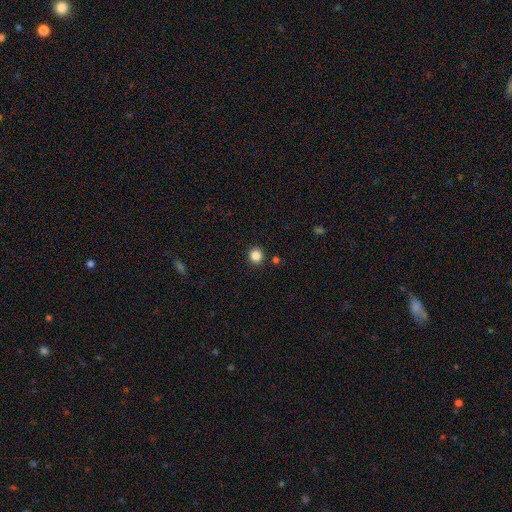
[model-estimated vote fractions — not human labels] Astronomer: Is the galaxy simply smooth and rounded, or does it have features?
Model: smooth — 85%.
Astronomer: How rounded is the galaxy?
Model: round — 94%.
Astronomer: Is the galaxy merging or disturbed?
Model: none — 90%.